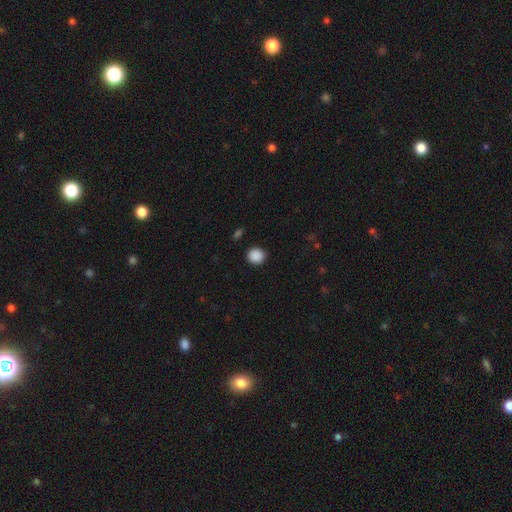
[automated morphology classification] A smooth galaxy with no disk features (89%) that is round (86%). Merging: none (90%).